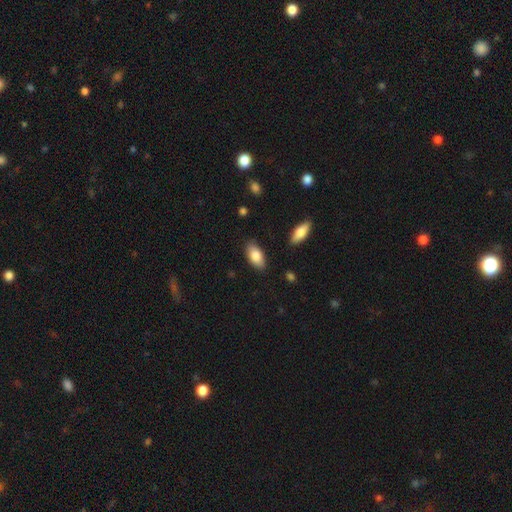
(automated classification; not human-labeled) A smooth galaxy with no disk features (83%) that is in between round and cigar-shaped (91%).

Vote fractions:
- Smooth or featured? smooth: 83% / featured or disk: 11% / star or artifact: 6%
- How rounded? in between: 91% / cigar-shaped: 6% / round: 3%
- Merging? none: 84% / minor disturbance: 12% / major disturbance: 2% / merger: 2%